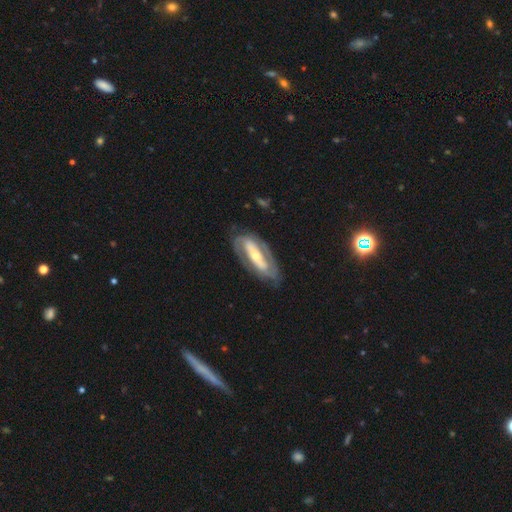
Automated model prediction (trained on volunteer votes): Morphology: type=featured or disk (79%); edge-on=no (88%); bar=strong (60%); spiral arms=yes (73%); winding=tight (48%); arm count=2 (79%); bulge=moderate (49%); merging=none (75%).